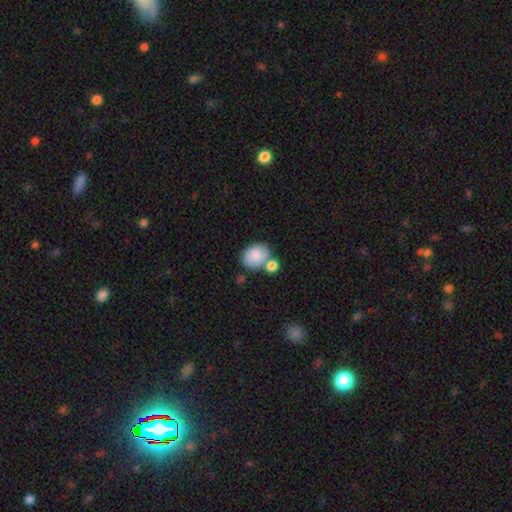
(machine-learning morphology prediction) smooth_or_featured: smooth (p=0.81) [alt: featured or disk p=0.11]
how_rounded: in between (p=0.58) [alt: round p=0.41]
merging: none (p=0.48) [alt: merger p=0.31]